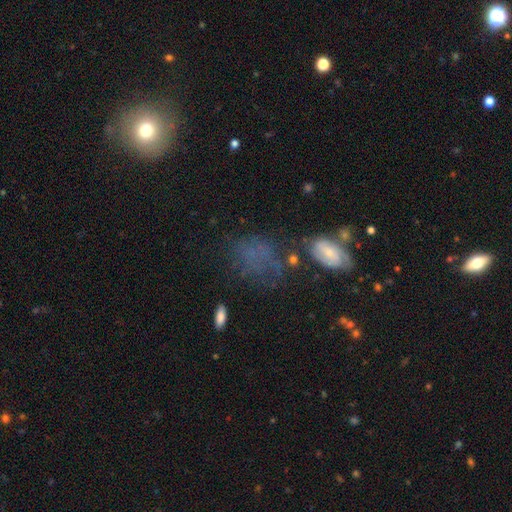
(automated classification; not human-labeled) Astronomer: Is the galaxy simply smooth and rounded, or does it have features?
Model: smooth — 42% (runner-up: star or artifact, 37%).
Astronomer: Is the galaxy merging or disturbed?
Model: none — 49%.